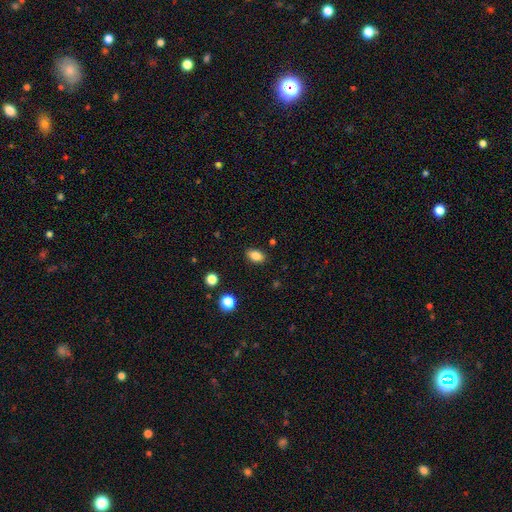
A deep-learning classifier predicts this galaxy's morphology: Overall: smooth (84%). How rounded: in between (87%). Merging: none (86%).